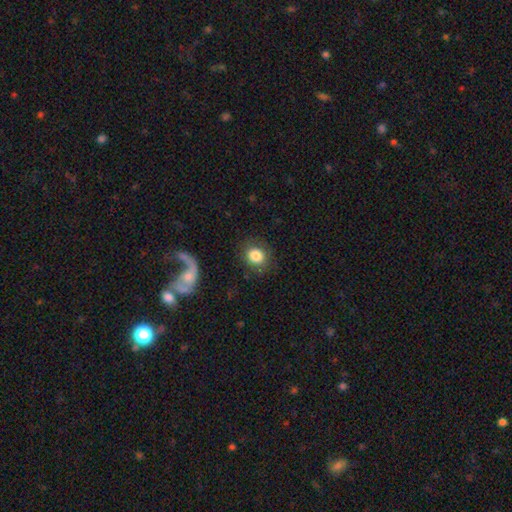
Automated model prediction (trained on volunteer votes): Overall: smooth (81%). How rounded: round (71%). Merging: none (79%).